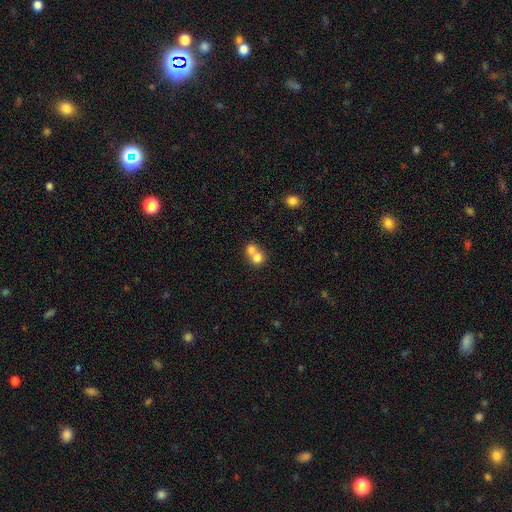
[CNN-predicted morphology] Overall: smooth (74%). How rounded: round (76%). Merging: merger (69%).